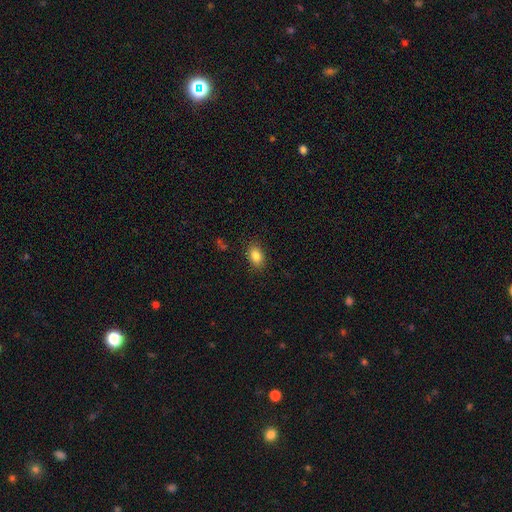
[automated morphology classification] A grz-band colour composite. It shows a smooth galaxy with no disk features (85%) that is in between round and cigar-shaped (82%). Merging: none (87%).